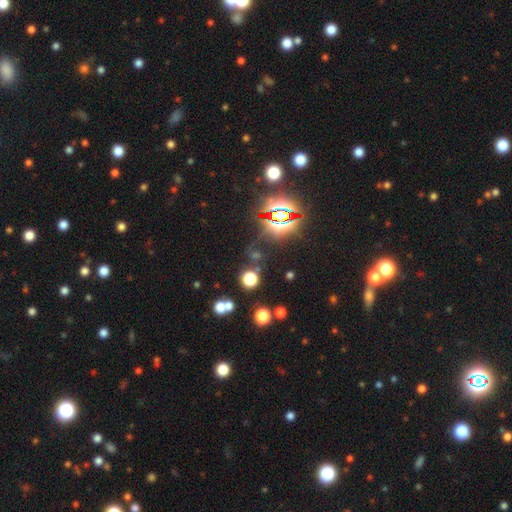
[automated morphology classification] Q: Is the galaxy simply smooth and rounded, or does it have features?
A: star or artifact — 75%.